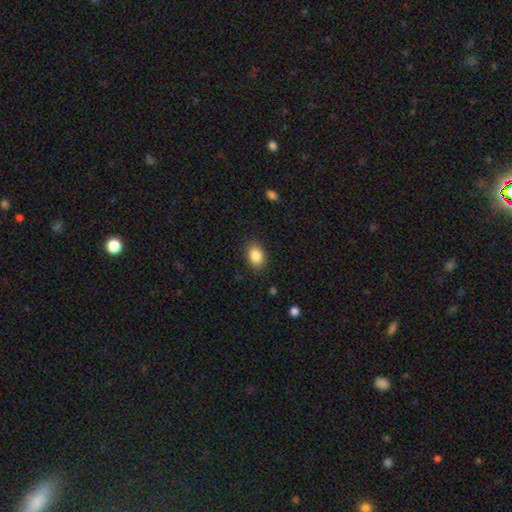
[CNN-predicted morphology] smooth-or-featured: smooth: 86% | star or artifact: 8% | featured or disk: 6%
  how-rounded: in between: 79% | round: 20% | cigar-shaped: 1%
  merging: none: 85% | minor disturbance: 11% | major disturbance: 3% | merger: 1%